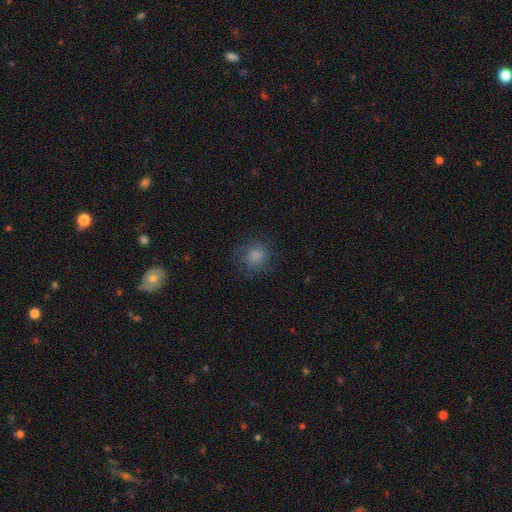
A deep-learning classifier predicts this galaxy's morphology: type=smooth (80%); roundness=round (82%); merging=none (75%).